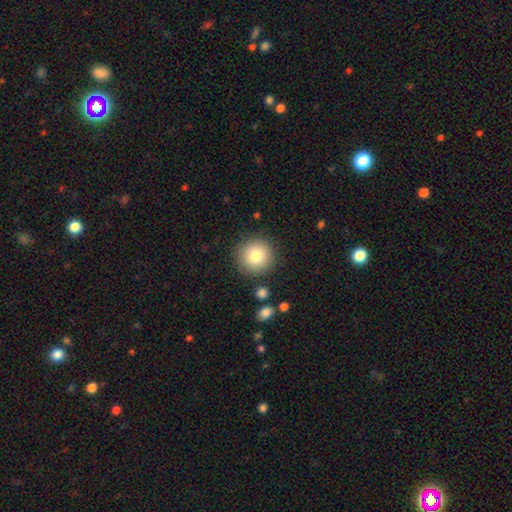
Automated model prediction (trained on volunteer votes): Smooth or featured? Predicted: smooth (p=0.81). How rounded? Predicted: round (p=0.95). Merging? Predicted: none (p=0.87).